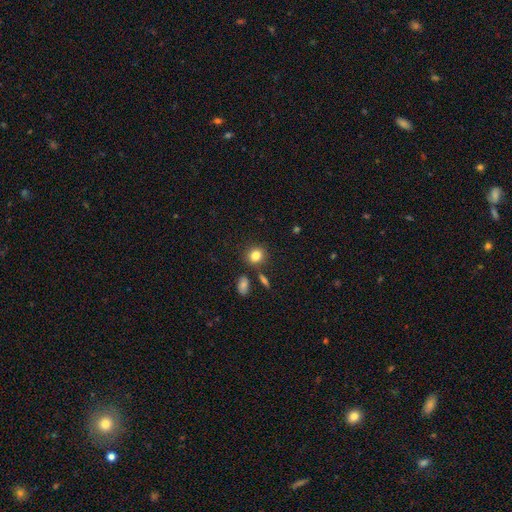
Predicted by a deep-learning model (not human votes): Smooth or featured: smooth — 83% (star or artifact — 10%)
How rounded: round — 71% (in between — 27%)
Merging: none — 80% (minor disturbance — 10%)